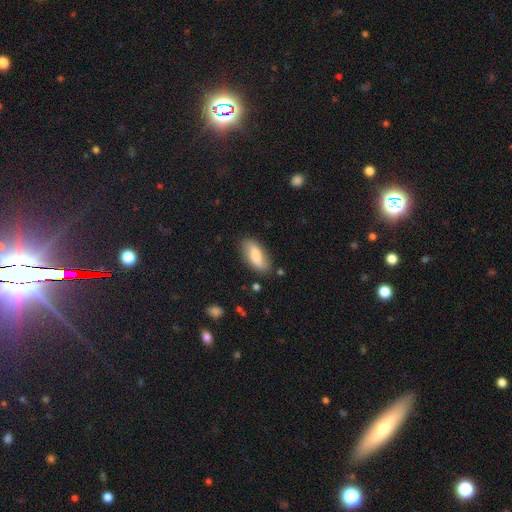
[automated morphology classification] type=smooth (73%); roundness=in between (85%); merging=none (79%).